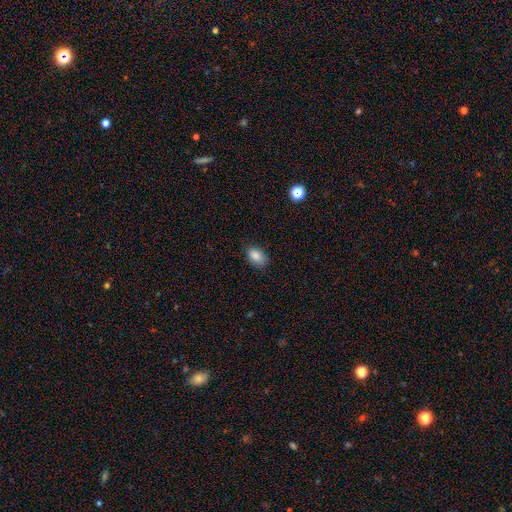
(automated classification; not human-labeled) Smooth or featured? smooth (86%)
How rounded? in between (89%)
Merging? none (80%)